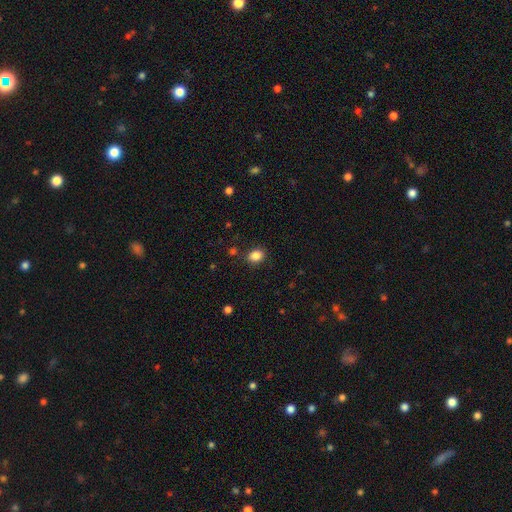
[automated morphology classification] The model was most divided on "how rounded": in between: 58%, round: 41%, cigar-shaped: 1%. More confident: smooth or featured — smooth (85%); merging — none (85%).